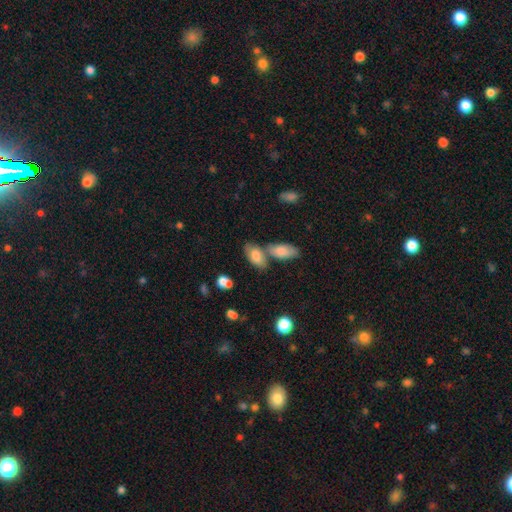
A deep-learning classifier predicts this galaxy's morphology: Smooth or featured: smooth — 77% (featured or disk — 15%)
How rounded: in between — 91% (cigar-shaped — 4%)
Merging: none — 47% (merger — 34%)